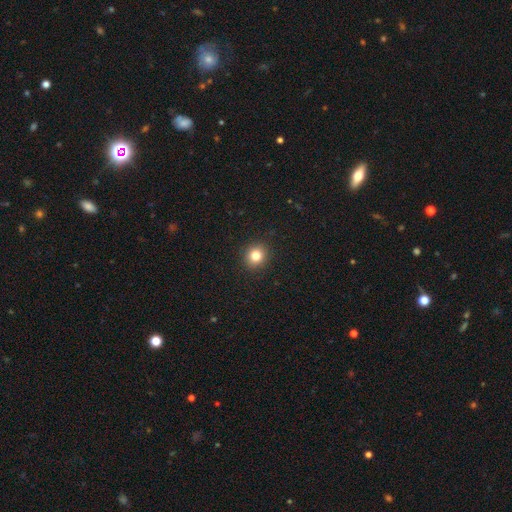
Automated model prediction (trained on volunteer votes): smooth 82%, star or artifact 12%, featured or disk 7%. Down the decision tree: how rounded — round (87%); merging — none (92%).